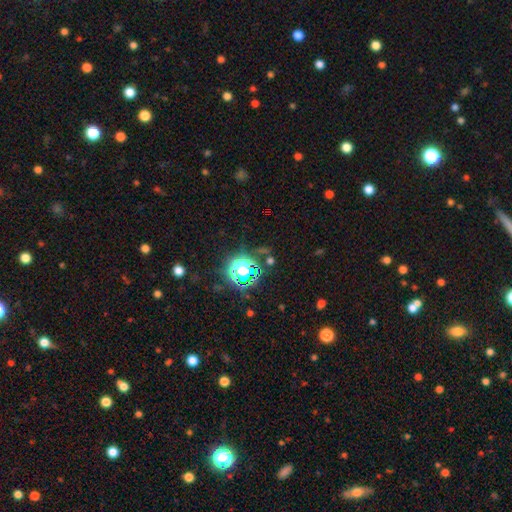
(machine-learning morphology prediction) This is likely a star or artifact rather than a galaxy (78%).